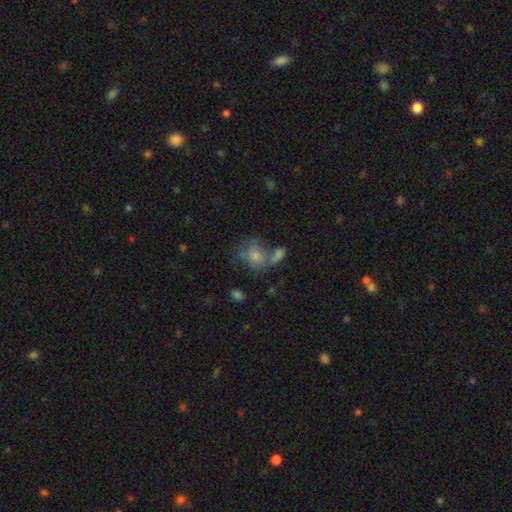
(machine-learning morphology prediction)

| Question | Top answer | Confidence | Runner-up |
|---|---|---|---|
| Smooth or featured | smooth | 54% | featured or disk (30%) |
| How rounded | round | 56% | in between (42%) |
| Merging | none | 43% | merger (27%) |